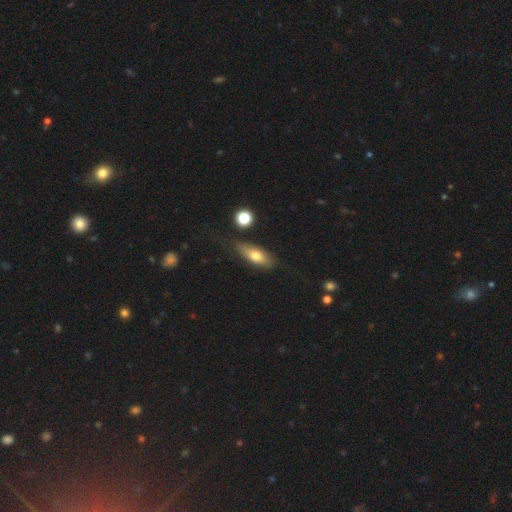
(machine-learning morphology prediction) Q: Smooth or featured?
A: smooth (68%); runner-up: featured or disk (25%)
Q: How rounded?
A: in between (66%); runner-up: cigar-shaped (29%)
Q: Merging?
A: none (74%); runner-up: minor disturbance (18%)